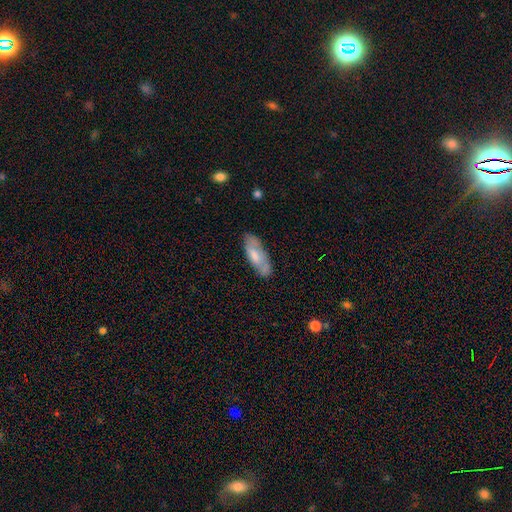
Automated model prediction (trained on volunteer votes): Smooth or featured?
  - smooth: 66% *
  - featured or disk: 28%
  - star or artifact: 6%
How rounded?
  - in between: 67% *
  - cigar-shaped: 32%
  - round: 2%
Merging?
  - none: 74% *
  - minor disturbance: 19%
  - major disturbance: 5%
  - merger: 2%